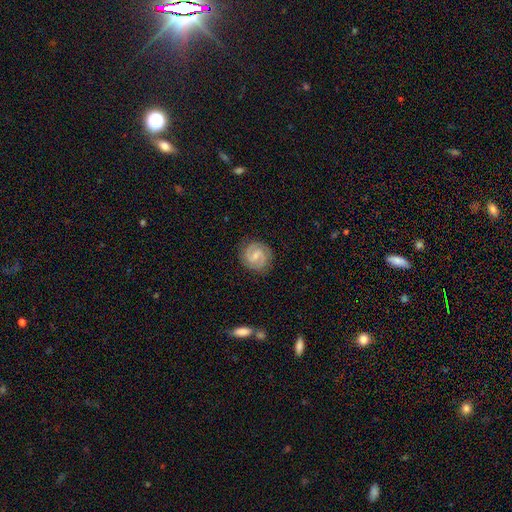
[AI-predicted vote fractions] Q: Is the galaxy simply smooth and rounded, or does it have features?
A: featured or disk — 81%.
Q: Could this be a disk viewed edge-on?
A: no — 98%.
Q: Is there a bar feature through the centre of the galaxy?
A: weak — 57%.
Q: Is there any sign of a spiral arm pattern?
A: yes — 97%.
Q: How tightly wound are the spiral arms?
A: tight — 48%.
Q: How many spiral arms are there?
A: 2 — 89%.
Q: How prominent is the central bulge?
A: small — 59%.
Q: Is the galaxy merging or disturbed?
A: none — 84%.